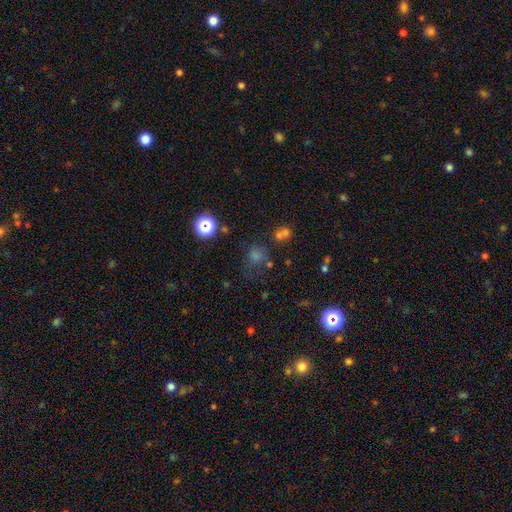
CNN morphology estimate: Smooth or featured? Predicted: smooth (p=0.51). How rounded? Predicted: round (p=0.79). Merging? Predicted: none (p=0.61).